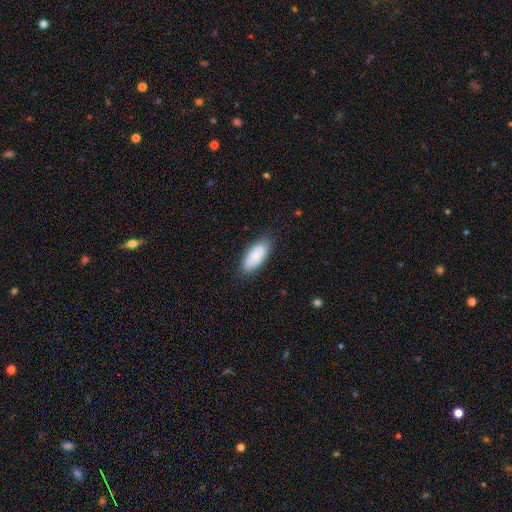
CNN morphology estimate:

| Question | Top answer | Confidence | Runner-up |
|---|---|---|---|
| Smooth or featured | smooth | 82% | featured or disk (12%) |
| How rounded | in between | 87% | cigar-shaped (11%) |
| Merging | none | 82% | minor disturbance (14%) |